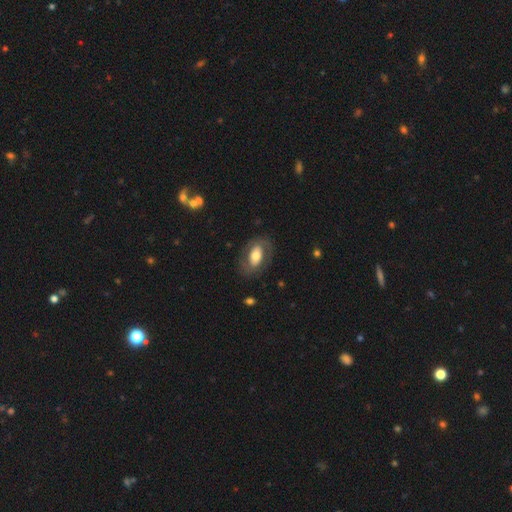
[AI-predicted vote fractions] A featured or disk galaxy (55%) with no bar (46%), spiral arms (58%) and a moderate central bulge (52%).

Vote fractions:
- Smooth or featured? featured or disk: 55% / smooth: 39% / star or artifact: 6%
- Edge-on disk? no: 93% / yes: 7%
- Bar? no: 46% / weak: 30% / strong: 24%
- Spiral arms? yes: 58% / no: 42%
- Bulge size? moderate: 52% / large: 31% / small: 12% / dominant: 3% / none: 2%
- Merging? none: 76% / minor disturbance: 14% / major disturbance: 9% / merger: 1%